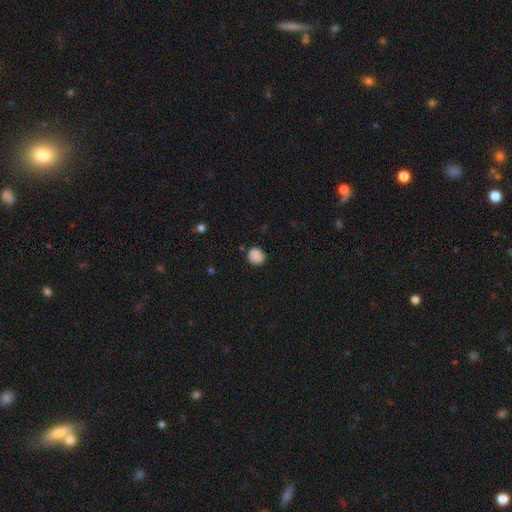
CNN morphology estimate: This appears to be a smooth galaxy with no disk features (88%) that is round (86%). Merging: none (88%).